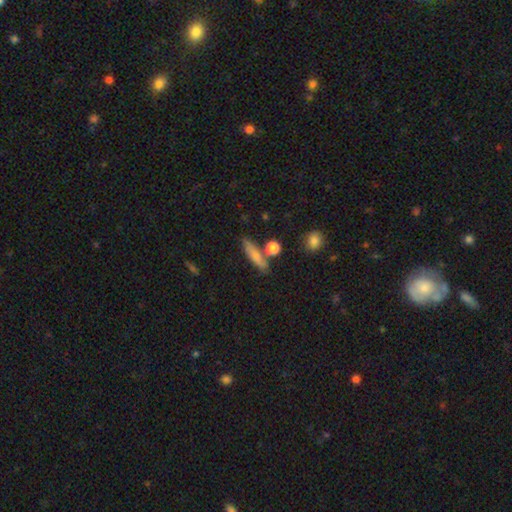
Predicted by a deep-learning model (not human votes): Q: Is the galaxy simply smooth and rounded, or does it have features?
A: smooth — 74%.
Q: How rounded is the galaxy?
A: cigar-shaped — 70%.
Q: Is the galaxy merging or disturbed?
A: none — 71%.